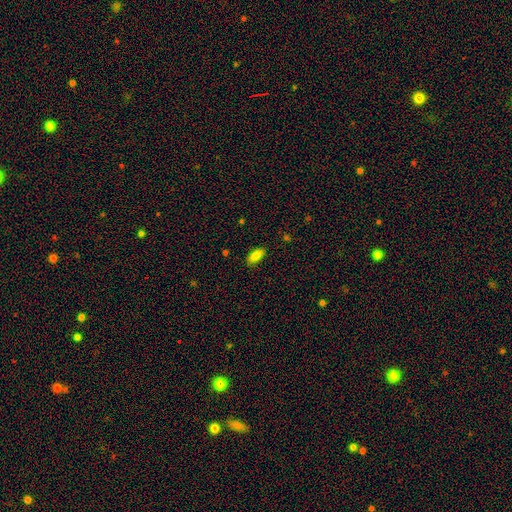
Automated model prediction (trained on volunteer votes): Overall: smooth (86%). How rounded: in between (89%). Merging: none (85%).